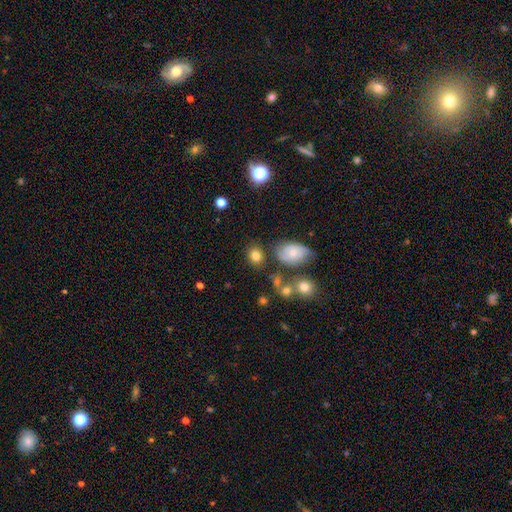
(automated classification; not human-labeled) Morphology: type=smooth (80%); roundness=round (59%); merging=none (75%).